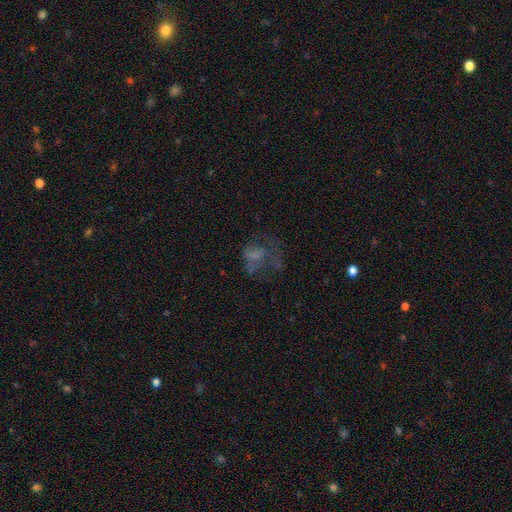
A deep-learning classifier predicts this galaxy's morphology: type=featured or disk (41%); merging=major disturbance (47%).